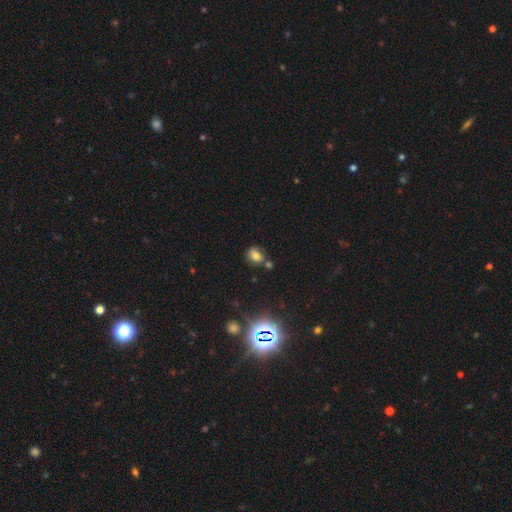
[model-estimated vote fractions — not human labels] Morphology: type=smooth (69%); roundness=in between (52%); merging=none (58%).